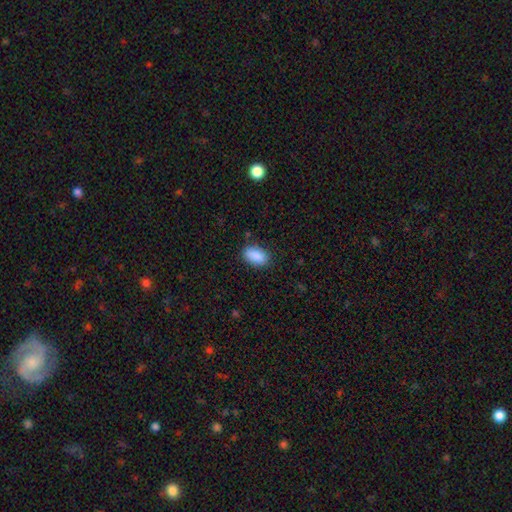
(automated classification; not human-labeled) A smooth galaxy with no disk features (89%) that is in between round and cigar-shaped (92%).

Vote fractions:
- Smooth or featured? smooth: 89% / star or artifact: 7% / featured or disk: 3%
- How rounded? in between: 92% / round: 6% / cigar-shaped: 2%
- Merging? none: 83% / minor disturbance: 13% / major disturbance: 3% / merger: 1%